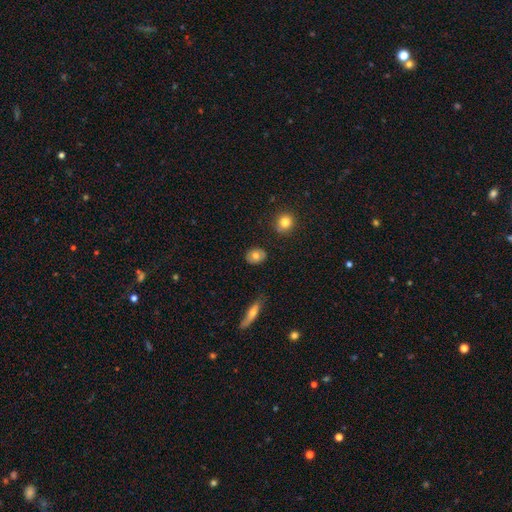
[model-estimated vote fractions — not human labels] Smooth or featured? Predicted: smooth (p=0.74). How rounded? Predicted: in between (p=0.51). Merging? Predicted: none (p=0.86).